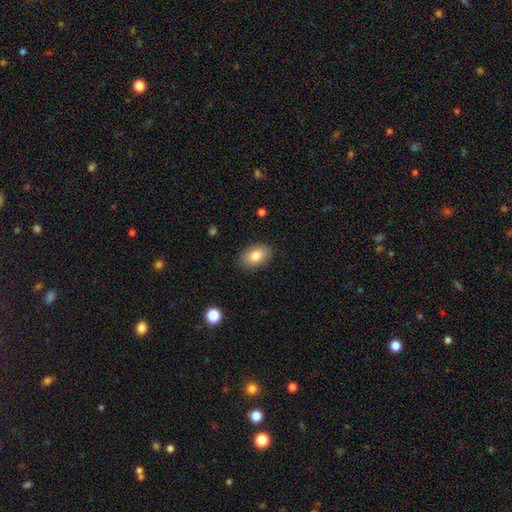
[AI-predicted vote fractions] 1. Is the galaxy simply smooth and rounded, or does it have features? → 82% smooth, 11% featured or disk, 8% star or artifact.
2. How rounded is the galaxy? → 87% in between, 12% round, 1% cigar-shaped.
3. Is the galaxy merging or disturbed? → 87% none, 10% minor disturbance, 2% major disturbance, 1% merger.